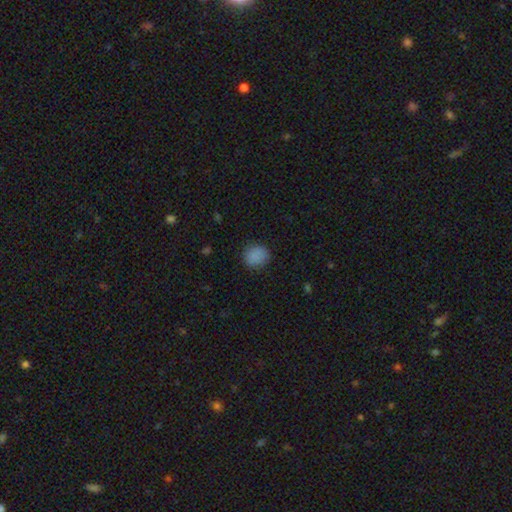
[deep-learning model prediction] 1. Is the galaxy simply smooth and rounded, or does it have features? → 87% smooth, 10% star or artifact, 4% featured or disk.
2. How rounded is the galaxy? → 80% round, 19% in between, 1% cigar-shaped.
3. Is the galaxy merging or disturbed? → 85% none, 11% minor disturbance, 3% major disturbance, 1% merger.